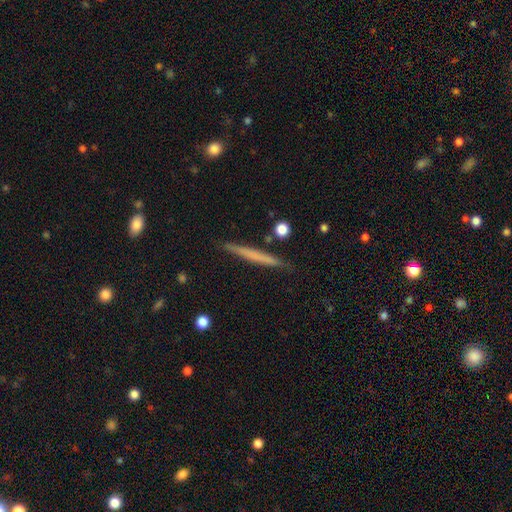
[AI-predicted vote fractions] The model was most divided on "smooth or featured": smooth: 54%, featured or disk: 40%, star or artifact: 6%. More confident: how rounded — cigar-shaped (96%); merging — none (88%).